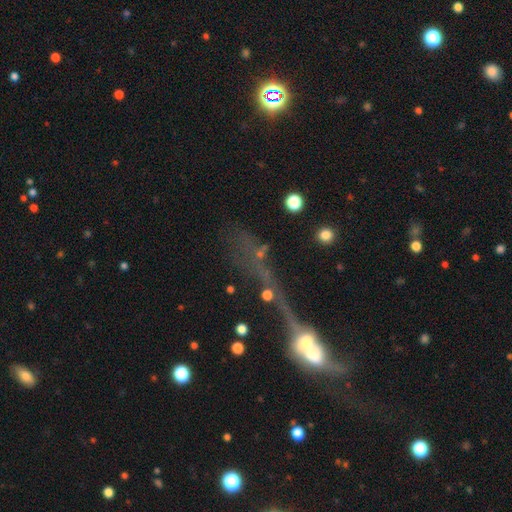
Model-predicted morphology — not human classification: This appears to be a featured or disk galaxy (43%). Merging: merger (58%).